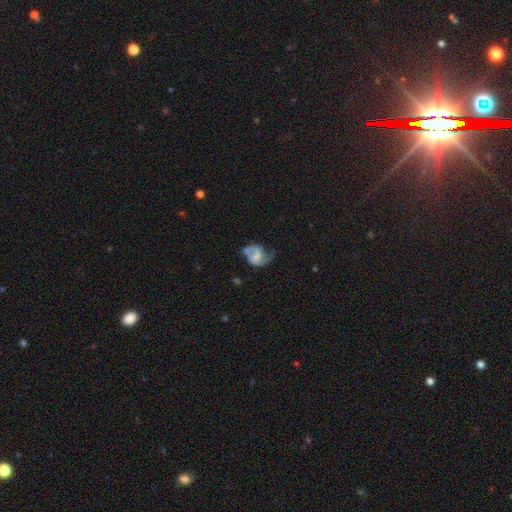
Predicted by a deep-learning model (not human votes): A featured or disk galaxy (50%). Merging: major disturbance (35%).